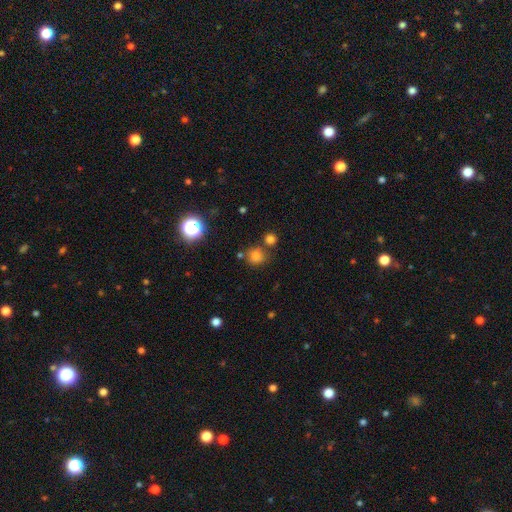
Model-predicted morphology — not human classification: Q: Smooth or featured?
A: smooth (75%); runner-up: star or artifact (18%)
Q: How rounded?
A: round (85%); runner-up: in between (14%)
Q: Merging?
A: none (70%); runner-up: merger (15%)